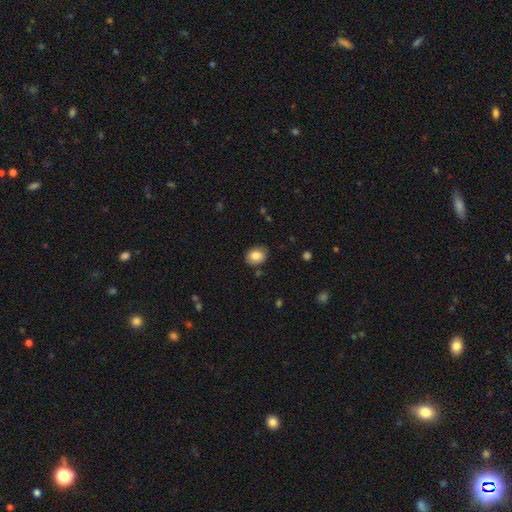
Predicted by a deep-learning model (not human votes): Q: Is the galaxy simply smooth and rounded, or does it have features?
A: smooth — 82%.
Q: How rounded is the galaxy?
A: in between — 52%.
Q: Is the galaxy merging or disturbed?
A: none — 83%.